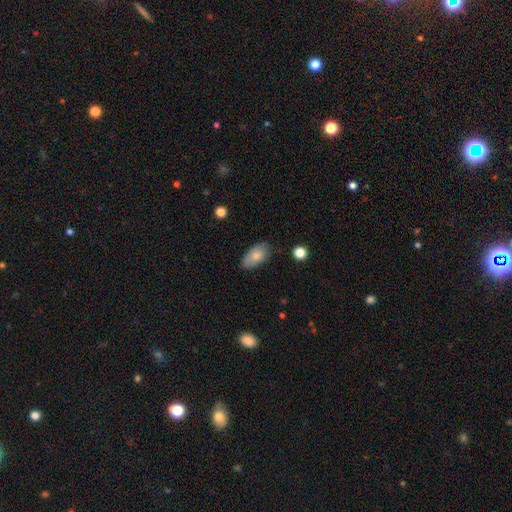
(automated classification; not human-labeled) smooth_or_featured: smooth (p=0.81) [alt: featured or disk p=0.13]
how_rounded: in between (p=0.93) [alt: round p=0.04]
merging: none (p=0.78) [alt: minor disturbance p=0.18]